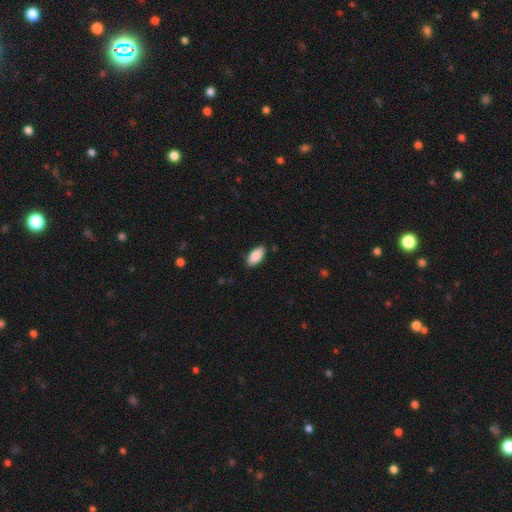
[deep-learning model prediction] A smooth galaxy with no disk features (88%) that is in between round and cigar-shaped (92%).

Vote fractions:
- Smooth or featured? smooth: 88% / featured or disk: 6% / star or artifact: 6%
- How rounded? in between: 92% / cigar-shaped: 6% / round: 2%
- Merging? none: 87% / minor disturbance: 10% / major disturbance: 2% / merger: 1%